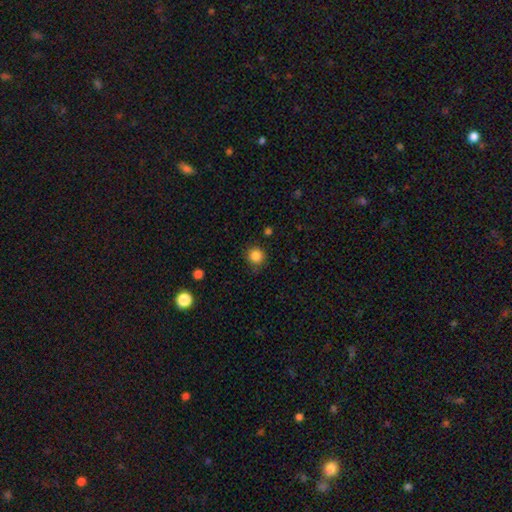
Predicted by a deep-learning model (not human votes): Q: Smooth or featured?
A: smooth (85%); runner-up: star or artifact (11%)
Q: How rounded?
A: round (93%); runner-up: in between (6%)
Q: Merging?
A: none (84%); runner-up: minor disturbance (11%)